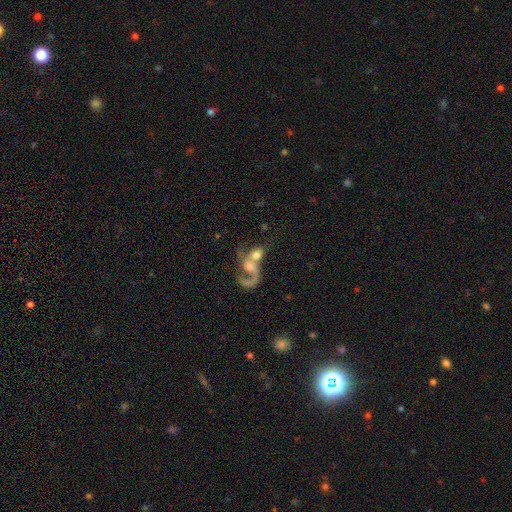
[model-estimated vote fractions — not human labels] This appears to be a featured or disk galaxy (57%) with no bar (71%), spiral arms (72%) and a moderate central bulge (39%). Merging: merger (72%).